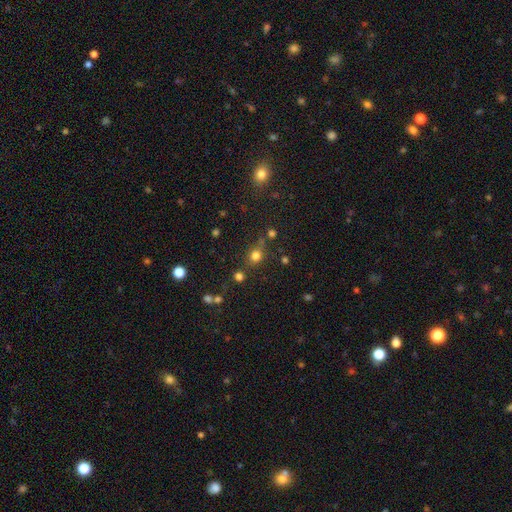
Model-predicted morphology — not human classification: Smooth or featured? smooth (74%)
How rounded? round (78%)
Merging? none (68%)